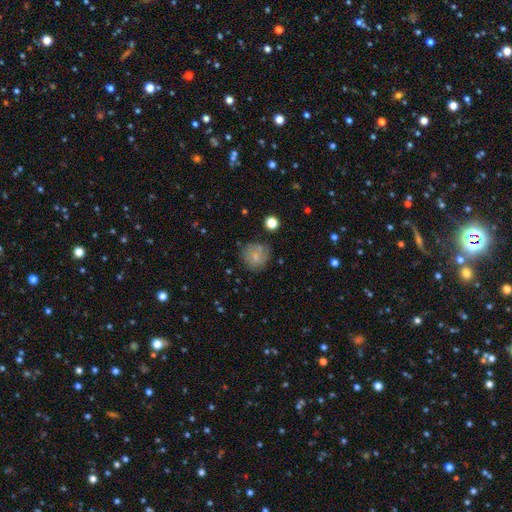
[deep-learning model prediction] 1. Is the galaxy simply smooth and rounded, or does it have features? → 61% smooth, 28% featured or disk, 11% star or artifact.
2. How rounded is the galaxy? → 84% round, 15% in between, 1% cigar-shaped.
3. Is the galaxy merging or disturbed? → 65% none, 21% minor disturbance, 9% major disturbance, 5% merger.